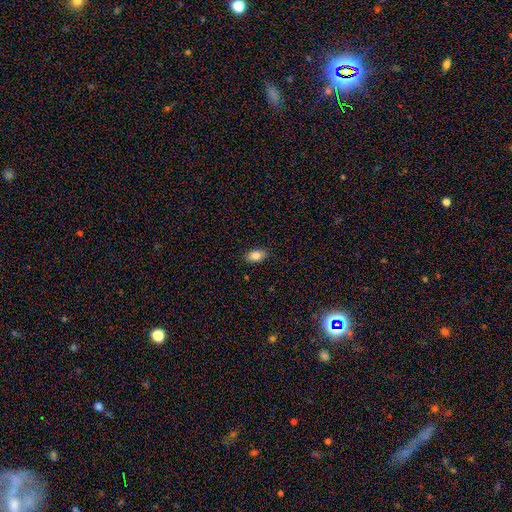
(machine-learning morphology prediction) This is clearly a smooth galaxy (83%). How rounded: clearly in between (90%). Merging: clearly none (87%).